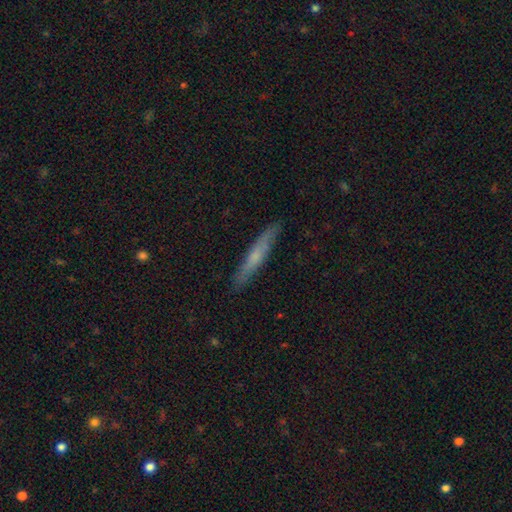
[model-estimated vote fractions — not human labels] Q: Smooth or featured?
A: smooth (50%); runner-up: featured or disk (44%)
Q: Merging?
A: none (89%); runner-up: minor disturbance (8%)